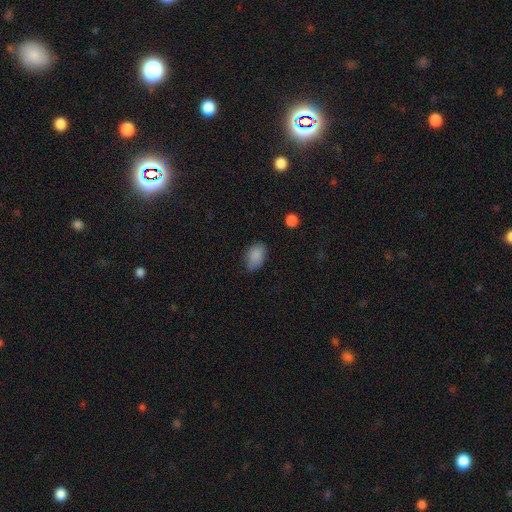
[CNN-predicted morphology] Smooth or featured? smooth (86%)
How rounded? in between (87%)
Merging? none (63%)